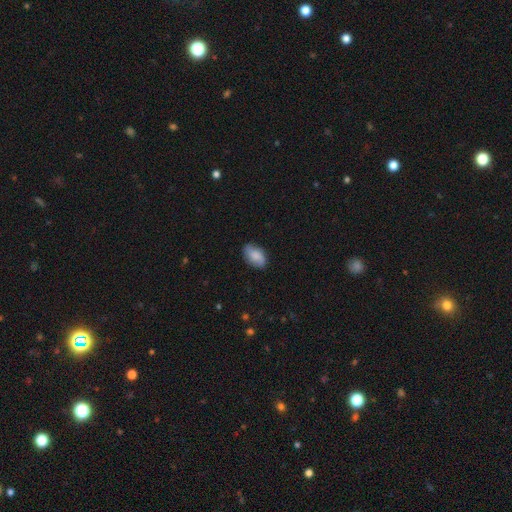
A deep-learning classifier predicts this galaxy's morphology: A smooth galaxy with no disk features (72%) that is in between round and cigar-shaped (90%). Merging: none (78%).